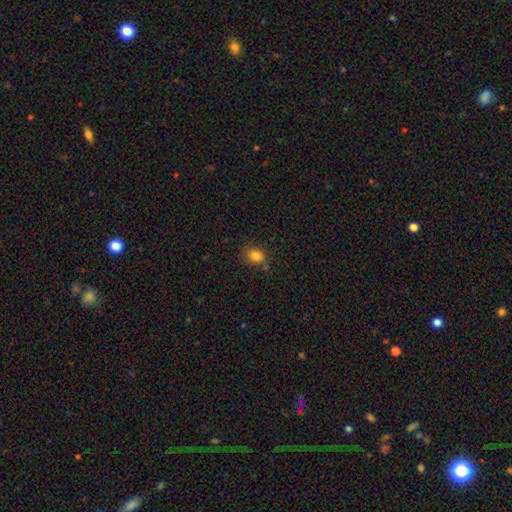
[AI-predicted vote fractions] A smooth galaxy with no disk features (82%) that is in between round and cigar-shaped (53%). Merging: none (76%).